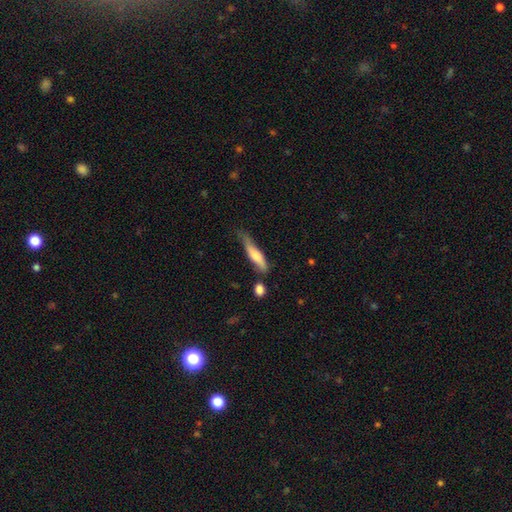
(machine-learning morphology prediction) This appears to be a smooth galaxy with no disk features (64%) that is cigar-shaped (79%). Merging: none (46%).